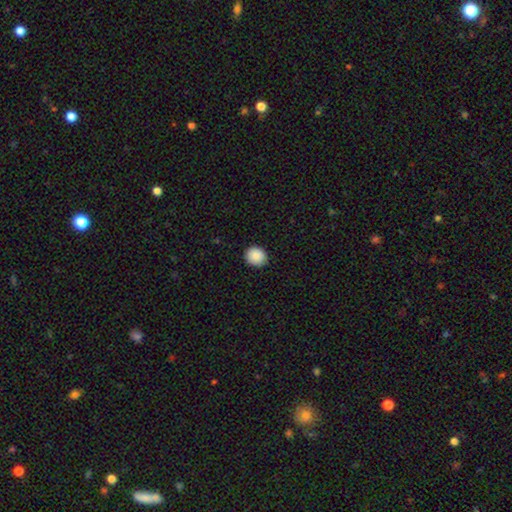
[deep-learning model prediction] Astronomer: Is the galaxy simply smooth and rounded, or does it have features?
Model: smooth — 89%.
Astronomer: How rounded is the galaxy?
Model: round — 76%.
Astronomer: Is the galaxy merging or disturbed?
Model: none — 91%.